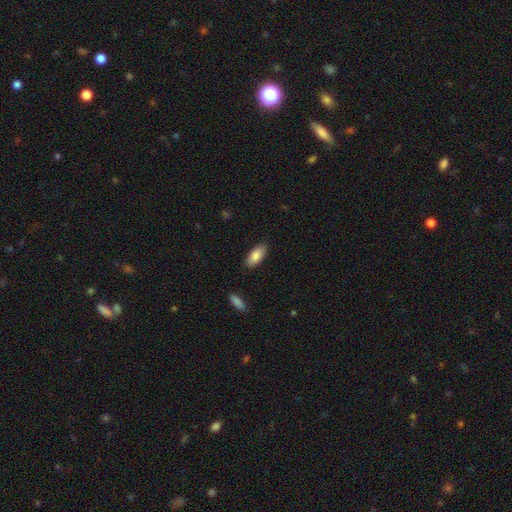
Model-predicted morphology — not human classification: The model was most divided on "smooth or featured": smooth: 85%, featured or disk: 9%, star or artifact: 6%. More confident: how rounded — in between (87%); merging — none (87%).